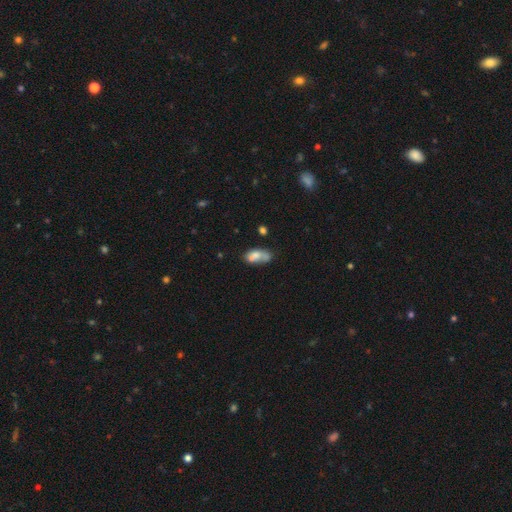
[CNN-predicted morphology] This appears to be a smooth galaxy with no disk features (67%) that is in between round and cigar-shaped (86%). Merging: none (33%, tied with merger).